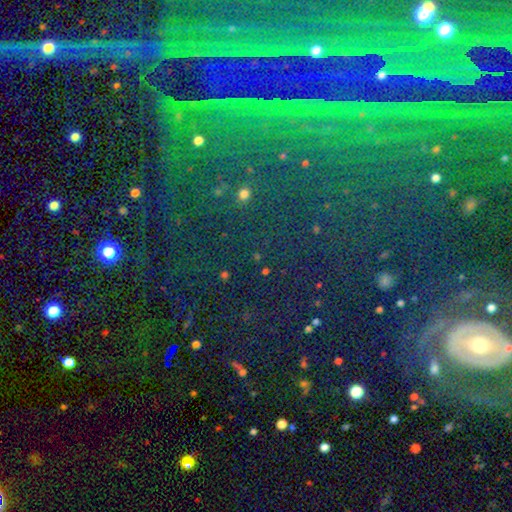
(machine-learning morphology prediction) Smooth or featured? Predicted: star or artifact (p=0.77).